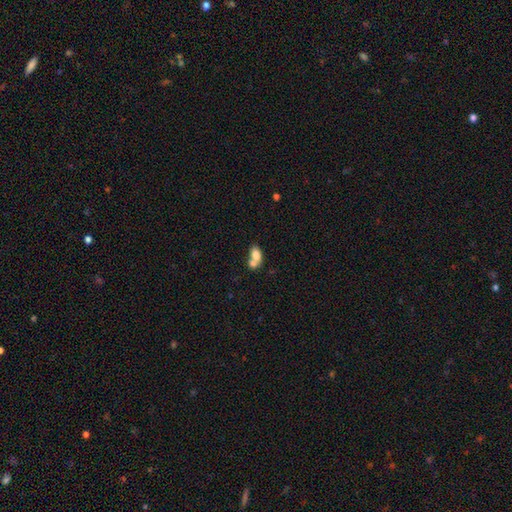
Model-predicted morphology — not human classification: A smooth galaxy with no disk features (74%) that is in between round and cigar-shaped (81%). Merging: merger (67%).